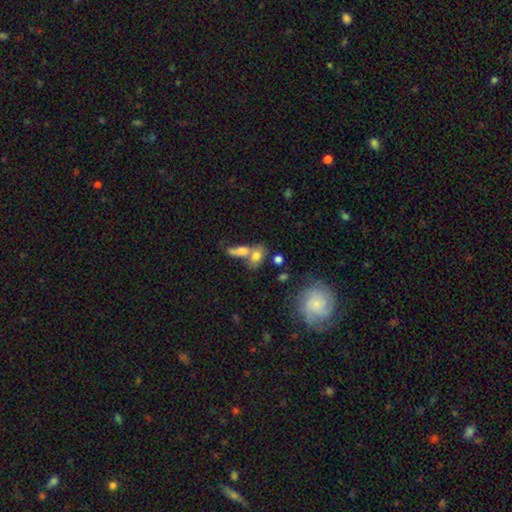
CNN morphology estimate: smooth 49%, featured or disk 37%, star or artifact 14%. Down the decision tree: merging — none (41%).